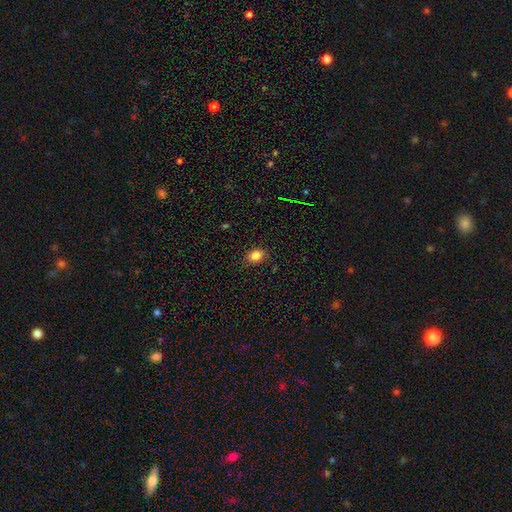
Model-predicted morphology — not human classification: This appears to be a smooth galaxy with no disk features (83%) that is in between round and cigar-shaped (57%). Merging: none (86%).